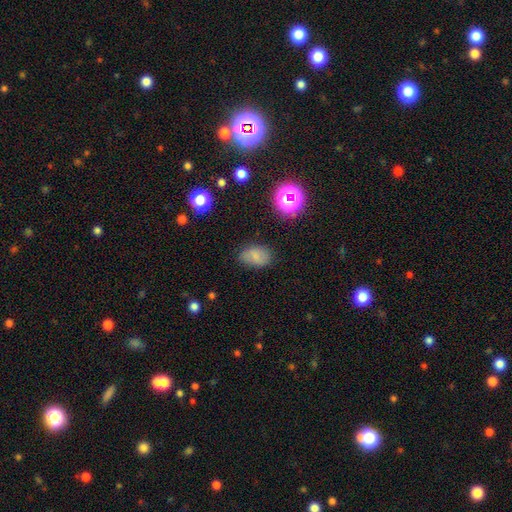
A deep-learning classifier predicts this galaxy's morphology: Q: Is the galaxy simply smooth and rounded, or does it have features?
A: smooth — 70%.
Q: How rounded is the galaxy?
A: in between — 86%.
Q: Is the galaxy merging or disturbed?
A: none — 74%.